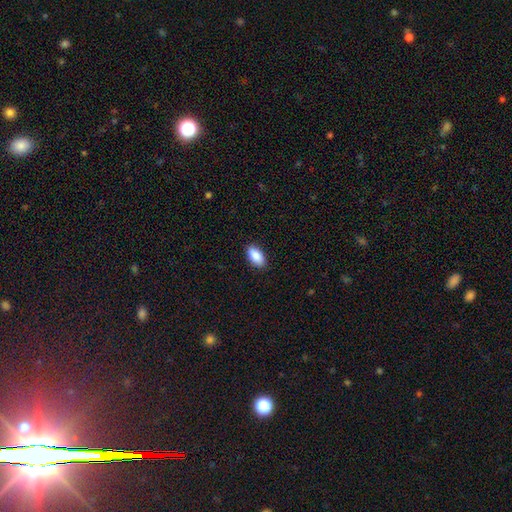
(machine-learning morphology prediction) Smooth or featured?
  - smooth: 89% *
  - star or artifact: 6%
  - featured or disk: 5%
How rounded?
  - in between: 93% *
  - cigar-shaped: 4%
  - round: 3%
Merging?
  - none: 89% *
  - minor disturbance: 8%
  - major disturbance: 2%
  - merger: 1%